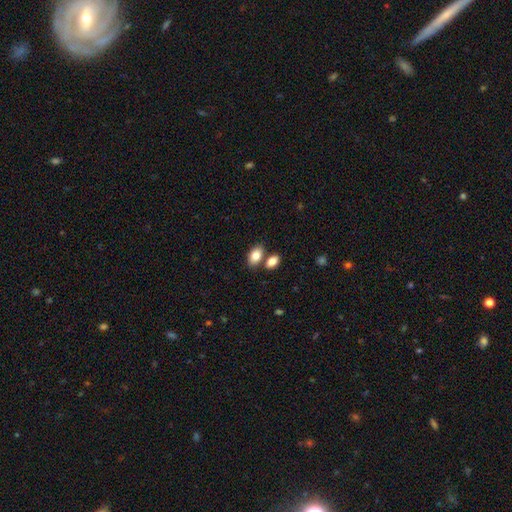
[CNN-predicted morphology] Smooth or featured: smooth — 84% (featured or disk — 9%)
How rounded: in between — 91% (round — 8%)
Merging: none — 61% (merger — 27%)